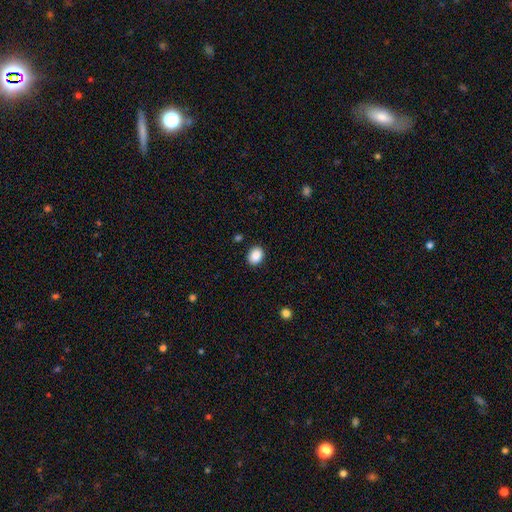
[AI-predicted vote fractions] smooth 89%, star or artifact 8%, featured or disk 3%. Down the decision tree: how rounded — in between (58%); merging — none (89%).